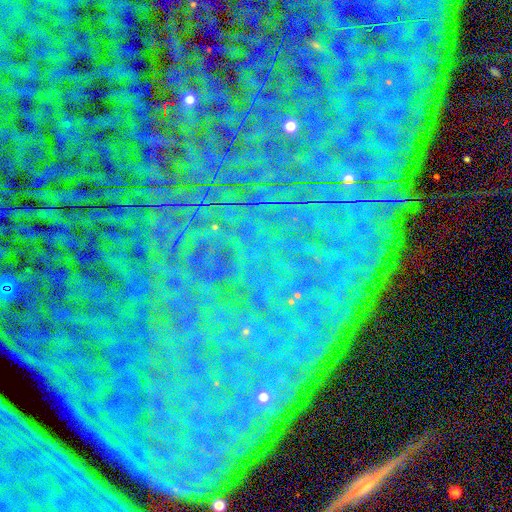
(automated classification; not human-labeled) This is clearly a star or artifact rather than a galaxy (85%).